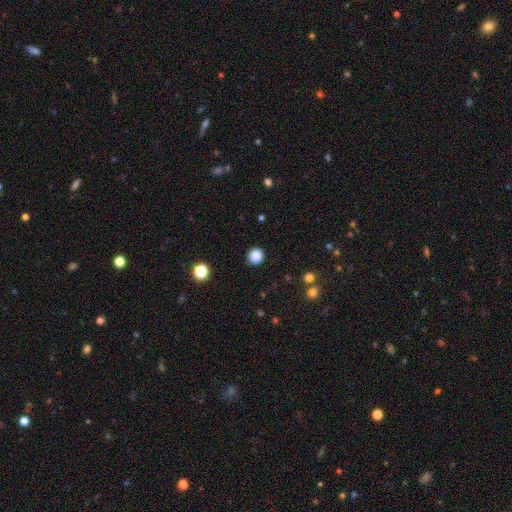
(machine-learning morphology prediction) The model was most divided on "smooth or featured": smooth: 86%, star or artifact: 11%, featured or disk: 3%. More confident: how rounded — round (91%); merging — none (91%).